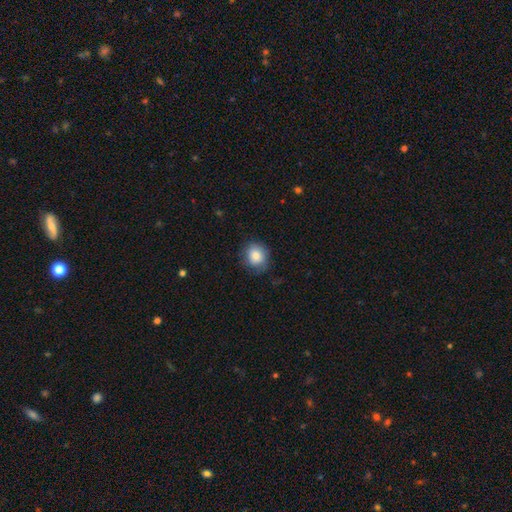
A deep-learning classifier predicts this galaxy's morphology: Overall: smooth (83%). How rounded: round (77%). Merging: none (74%).